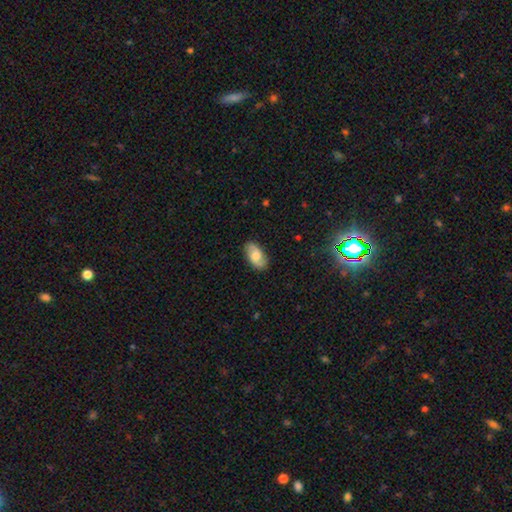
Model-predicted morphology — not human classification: Smooth or featured? smooth (59%)
How rounded? in between (93%)
Merging? none (84%)